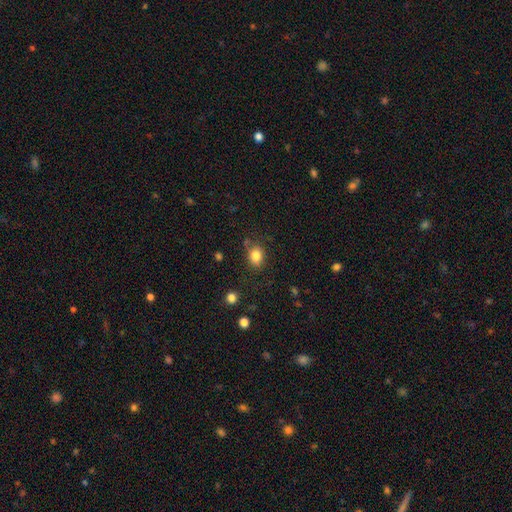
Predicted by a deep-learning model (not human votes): This appears to be a smooth galaxy with no disk features (83%) that is in between round and cigar-shaped (55%). Merging: none (74%).